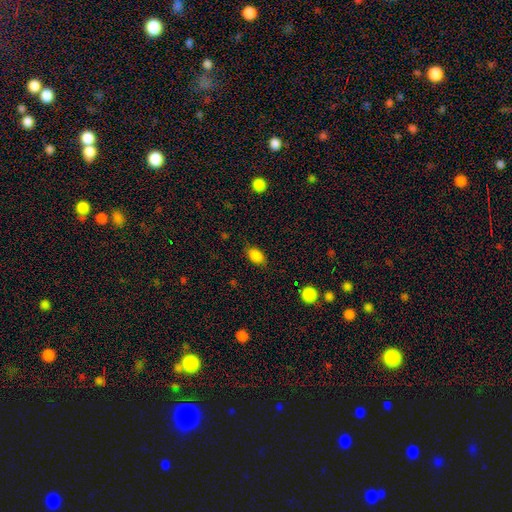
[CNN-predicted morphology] smooth 86%, star or artifact 9%, featured or disk 5%. Down the decision tree: how rounded — in between (87%); merging — none (79%).